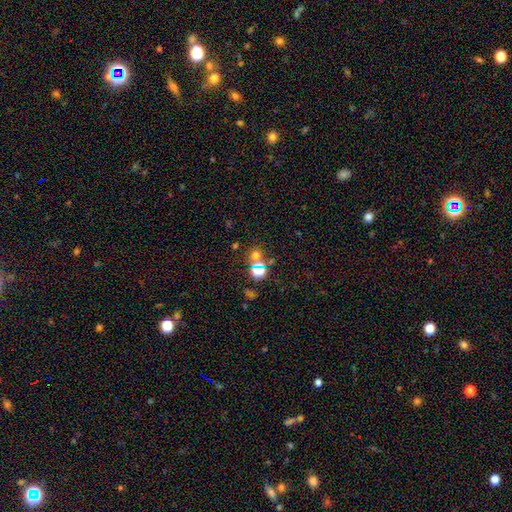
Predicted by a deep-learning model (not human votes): This appears to be a smooth galaxy with no disk features (54%) that is round (86%). Merging: none (68%).